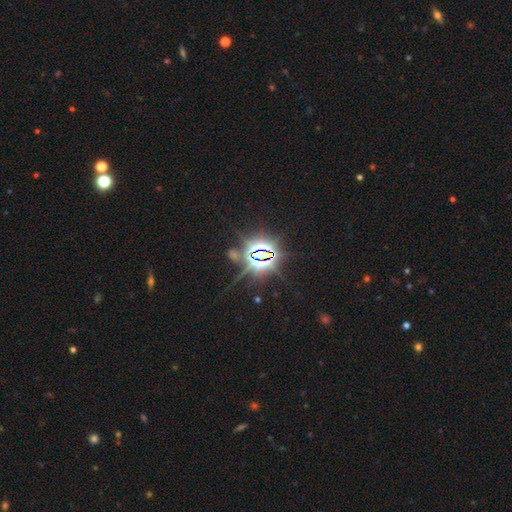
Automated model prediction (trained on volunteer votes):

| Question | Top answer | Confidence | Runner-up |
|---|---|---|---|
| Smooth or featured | star or artifact | 85% | smooth (8%) |